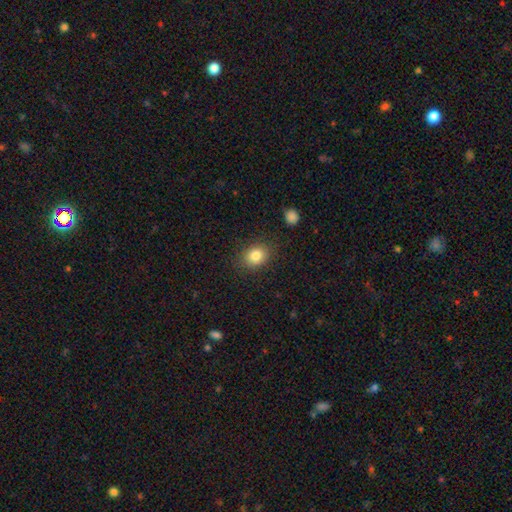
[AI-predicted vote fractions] smooth 83%, star or artifact 10%, featured or disk 7%. Down the decision tree: how rounded — round (53%); merging — none (85%).